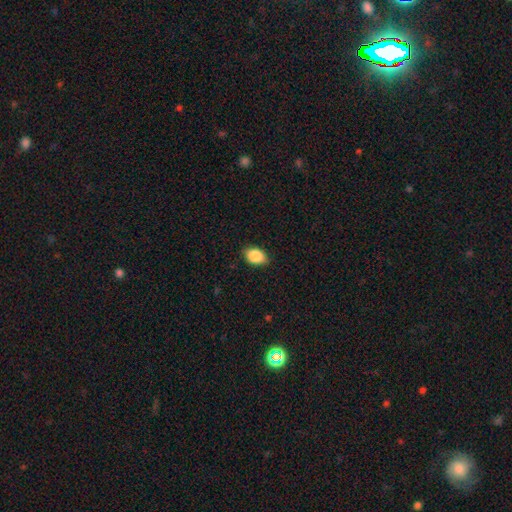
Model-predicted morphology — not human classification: Q: Smooth or featured?
A: smooth (88%); runner-up: star or artifact (7%)
Q: How rounded?
A: in between (84%); runner-up: round (15%)
Q: Merging?
A: none (85%); runner-up: minor disturbance (12%)